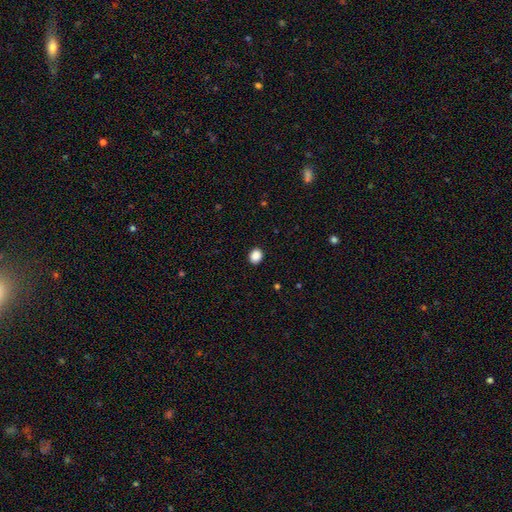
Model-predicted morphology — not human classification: A smooth galaxy with no disk features (89%) that is round (63%).

Vote fractions:
- Smooth or featured? smooth: 89% / star or artifact: 9% / featured or disk: 2%
- How rounded? round: 63% / in between: 36% / cigar-shaped: 1%
- Merging? none: 91% / minor disturbance: 6% / major disturbance: 2% / merger: 1%